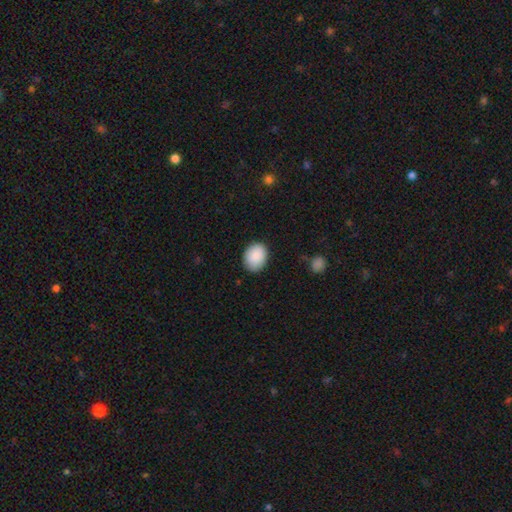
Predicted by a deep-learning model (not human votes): smooth 88%, star or artifact 7%, featured or disk 5%. Down the decision tree: how rounded — in between (59%); merging — none (83%).